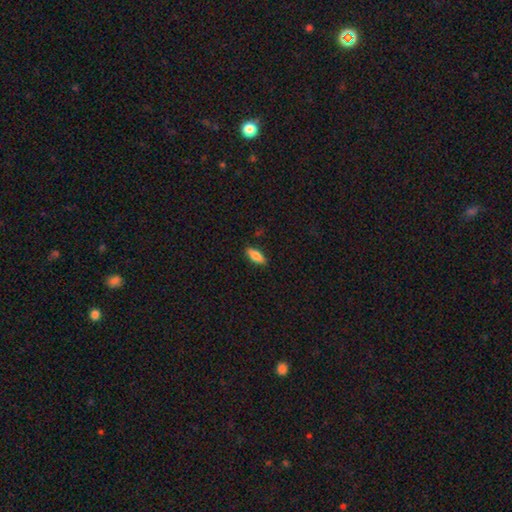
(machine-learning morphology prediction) A smooth galaxy with no disk features (83%) that is in between round and cigar-shaped (71%).

Vote fractions:
- Smooth or featured? smooth: 83% / featured or disk: 11% / star or artifact: 6%
- How rounded? in between: 71% / cigar-shaped: 27% / round: 2%
- Merging? none: 87% / minor disturbance: 10% / major disturbance: 2% / merger: 1%